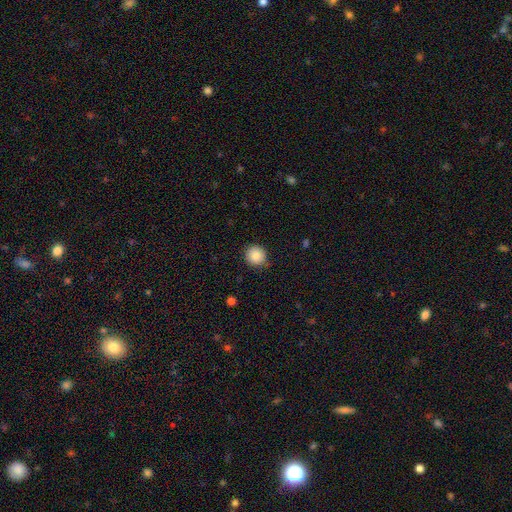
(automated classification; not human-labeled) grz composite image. It shows a smooth galaxy with no disk features (86%) that is round (92%). Merging: none (84%).